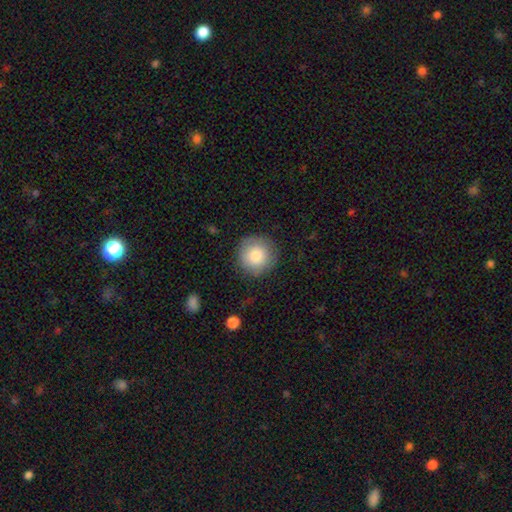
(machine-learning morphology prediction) Smooth or featured? smooth (83%)
How rounded? round (95%)
Merging? none (86%)